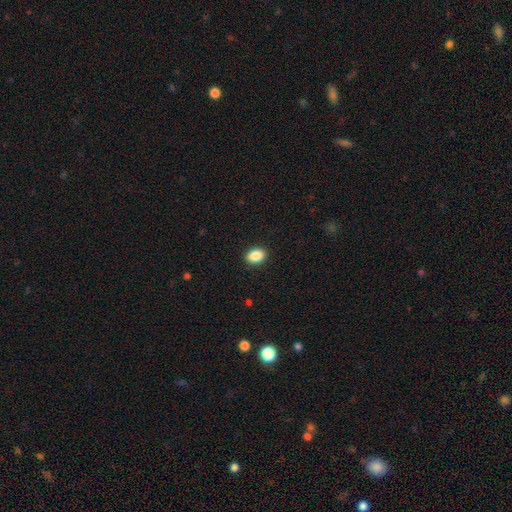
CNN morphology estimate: The model was most divided on "how rounded": in between: 77%, round: 22%, cigar-shaped: 1%. More confident: merging — none (91%); smooth or featured — smooth (88%).